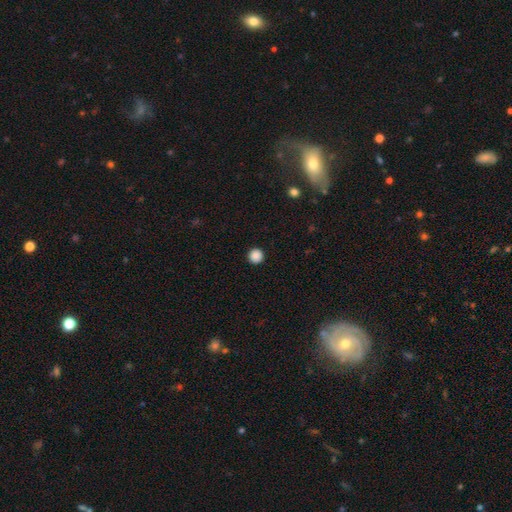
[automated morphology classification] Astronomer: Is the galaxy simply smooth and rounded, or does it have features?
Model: smooth — 88%.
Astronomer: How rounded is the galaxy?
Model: round — 96%.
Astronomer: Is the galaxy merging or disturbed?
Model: none — 94%.